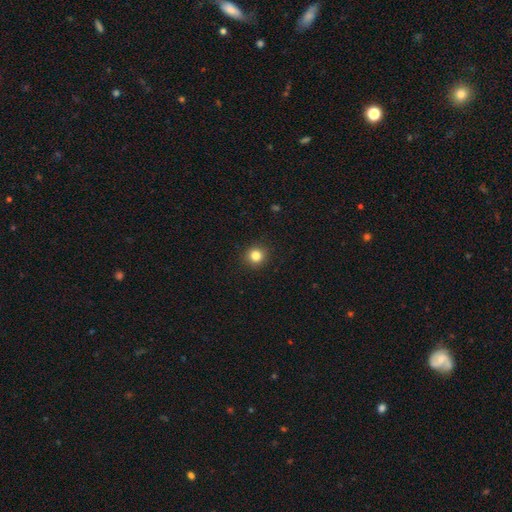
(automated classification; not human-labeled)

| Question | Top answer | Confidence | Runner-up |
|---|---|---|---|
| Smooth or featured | smooth | 83% | star or artifact (12%) |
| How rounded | round | 92% | in between (7%) |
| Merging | none | 92% | minor disturbance (5%) |